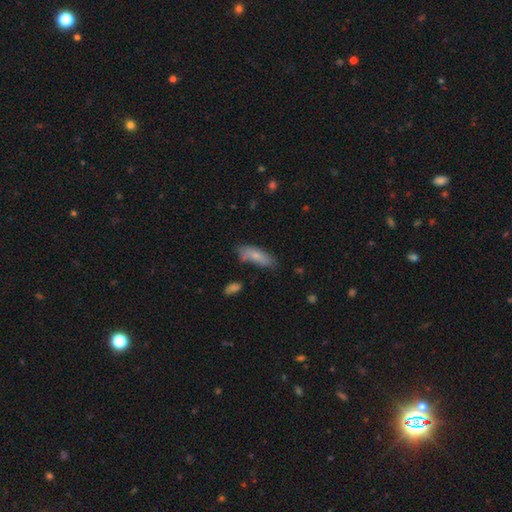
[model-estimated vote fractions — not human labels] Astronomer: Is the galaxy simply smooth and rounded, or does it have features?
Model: smooth — 76%.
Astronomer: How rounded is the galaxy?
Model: in between — 64%.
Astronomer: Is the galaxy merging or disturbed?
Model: none — 68%.